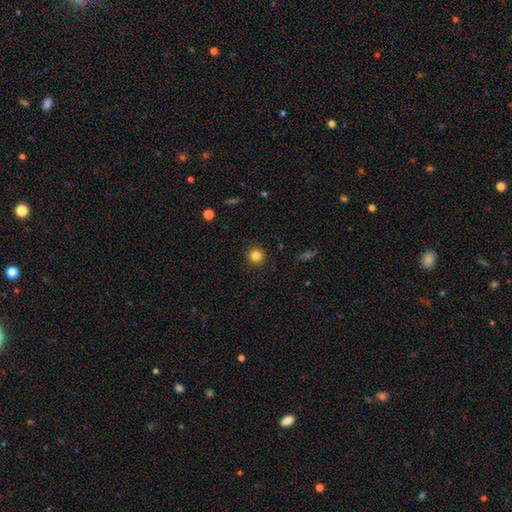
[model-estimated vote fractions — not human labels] smooth-or-featured: smooth: 83% | star or artifact: 12% | featured or disk: 5%
  how-rounded: round: 94% | in between: 5% | cigar-shaped: 1%
  merging: none: 92% | minor disturbance: 5% | major disturbance: 2% | merger: 1%